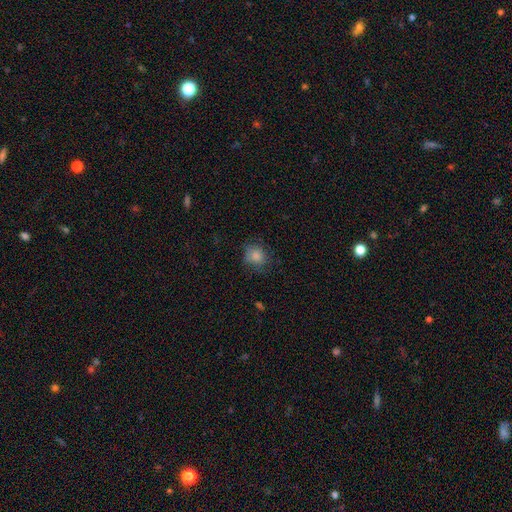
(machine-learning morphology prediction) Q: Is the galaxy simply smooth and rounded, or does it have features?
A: smooth — 83%.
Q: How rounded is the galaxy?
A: round — 76%.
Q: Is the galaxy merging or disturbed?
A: none — 70%.